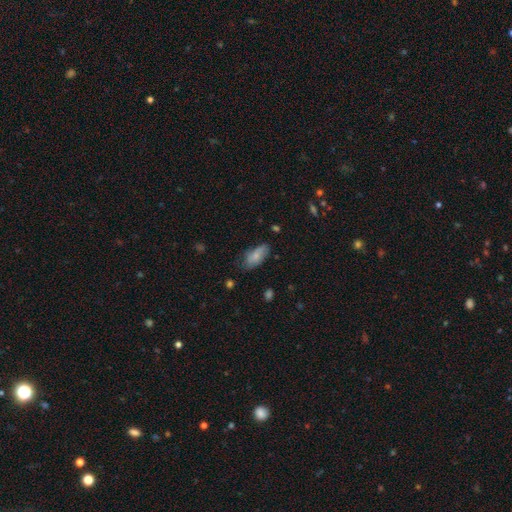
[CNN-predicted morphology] smooth_or_featured: smooth (p=0.76) [alt: featured or disk p=0.18]
how_rounded: in between (p=0.88) [alt: cigar-shaped p=0.10]
merging: none (p=0.57) [alt: minor disturbance p=0.32]